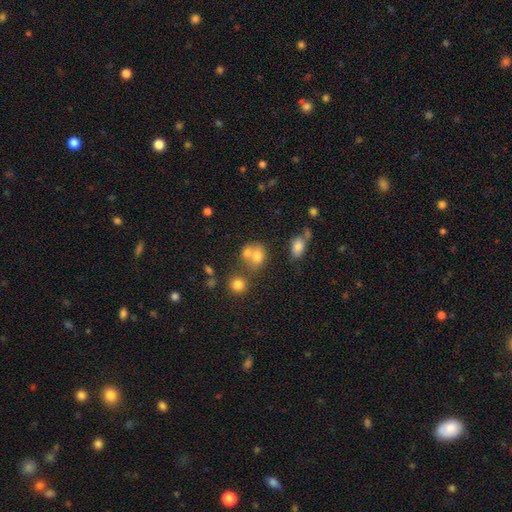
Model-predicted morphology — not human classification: A smooth galaxy with no disk features (70%) that is round (52%).

Vote fractions:
- Smooth or featured? smooth: 70% / featured or disk: 16% / star or artifact: 14%
- How rounded? round: 52% / in between: 47% / cigar-shaped: 1%
- Merging? merger: 48% / none: 35% / minor disturbance: 11% / major disturbance: 6%